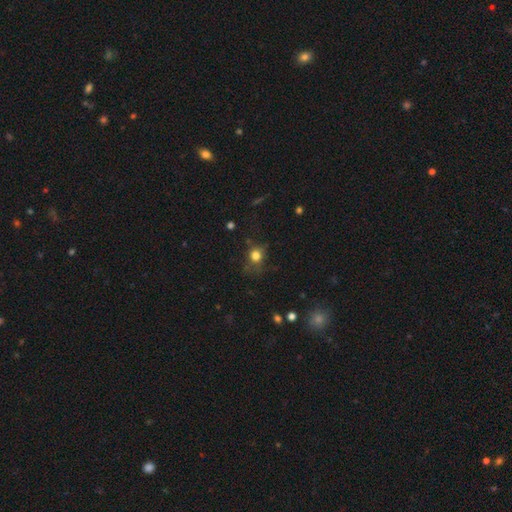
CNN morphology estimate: A smooth galaxy with no disk features (77%) that is round (78%). Merging: none (62%).